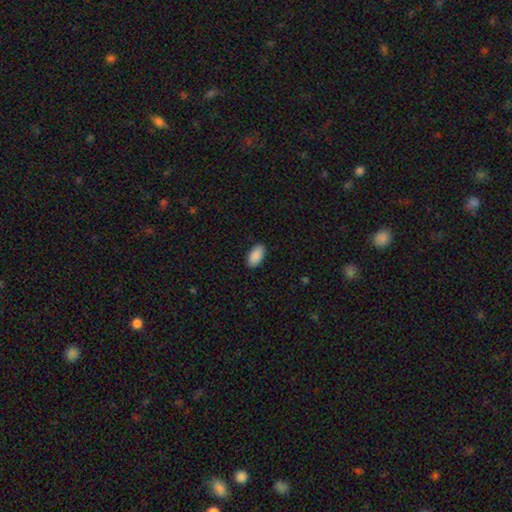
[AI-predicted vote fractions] This appears to be a smooth galaxy with no disk features (90%) that is in between round and cigar-shaped (95%). Merging: none (89%).